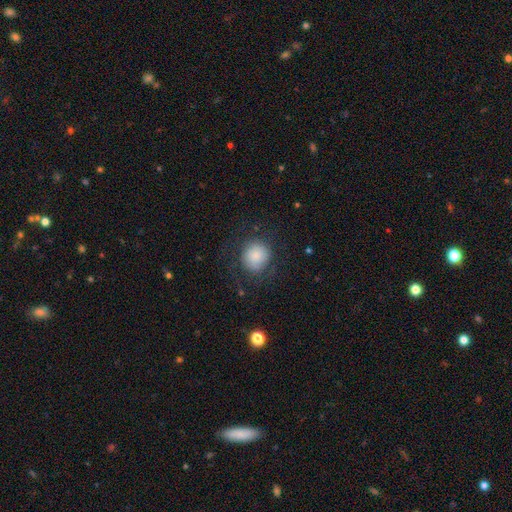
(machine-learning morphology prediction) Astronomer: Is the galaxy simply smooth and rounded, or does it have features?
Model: smooth — 78%.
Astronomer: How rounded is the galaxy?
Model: round — 85%.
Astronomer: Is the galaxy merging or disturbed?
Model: none — 70%.